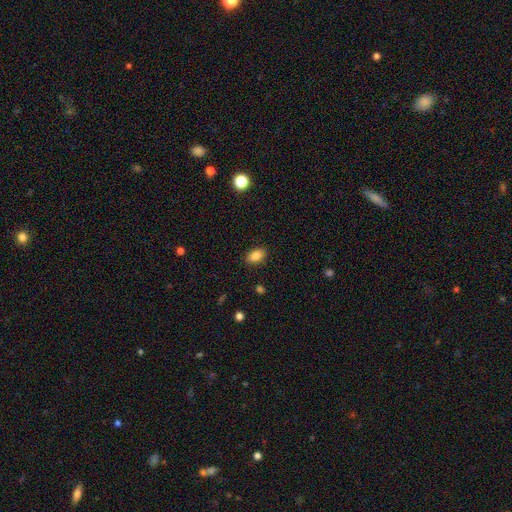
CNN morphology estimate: Smooth or featured? smooth (87%)
How rounded? in between (88%)
Merging? none (88%)